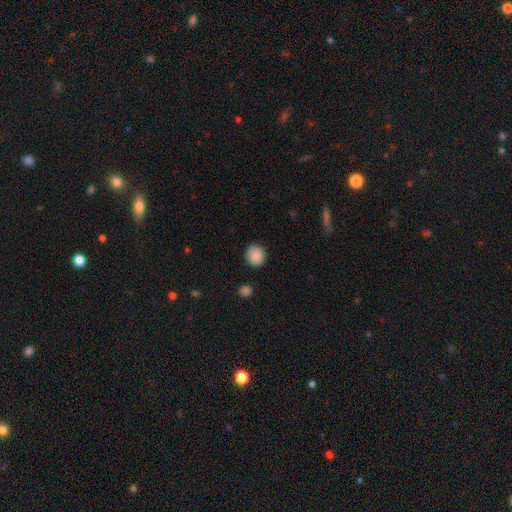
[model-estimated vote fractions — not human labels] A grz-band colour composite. It shows a smooth galaxy with no disk features (88%) that is round (80%). Merging: none (85%).